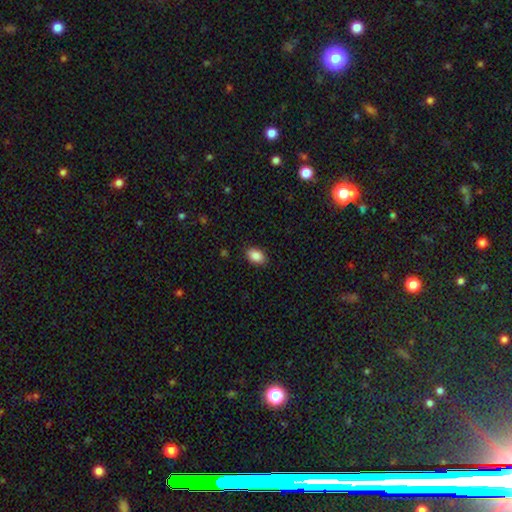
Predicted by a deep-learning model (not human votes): smooth 88%, star or artifact 8%, featured or disk 4%. Down the decision tree: how rounded — in between (88%); merging — none (87%).